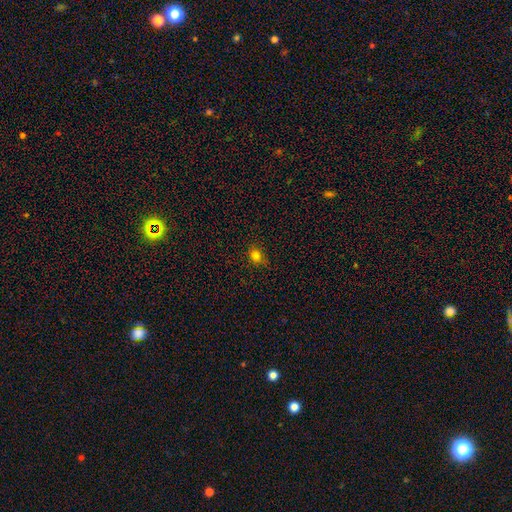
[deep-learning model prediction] smooth 78%, star or artifact 16%, featured or disk 6%. Down the decision tree: how rounded — round (61%); merging — none (78%).